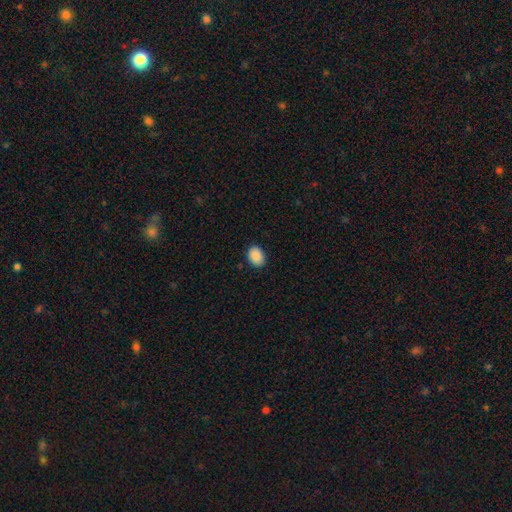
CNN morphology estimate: Overall: smooth (89%). How rounded: in between (75%). Merging: none (85%).